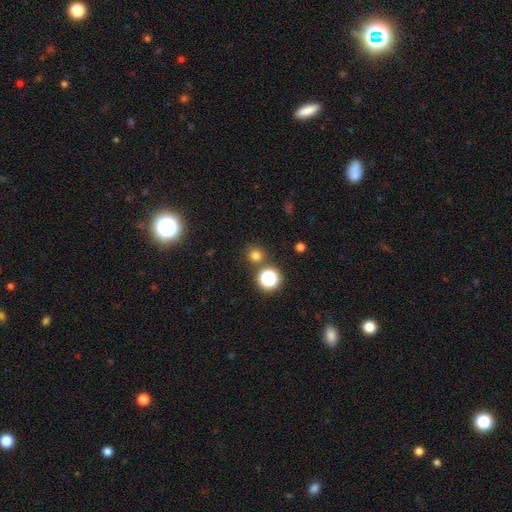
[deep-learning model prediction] This appears to be a smooth galaxy with no disk features (74%) that is round (94%). Merging: none (83%).